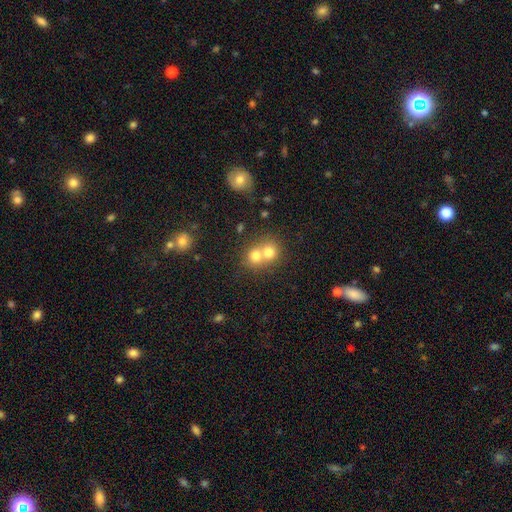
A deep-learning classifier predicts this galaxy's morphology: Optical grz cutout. It shows a smooth galaxy with no disk features (73%) that is round (79%). Merging: merger (65%).